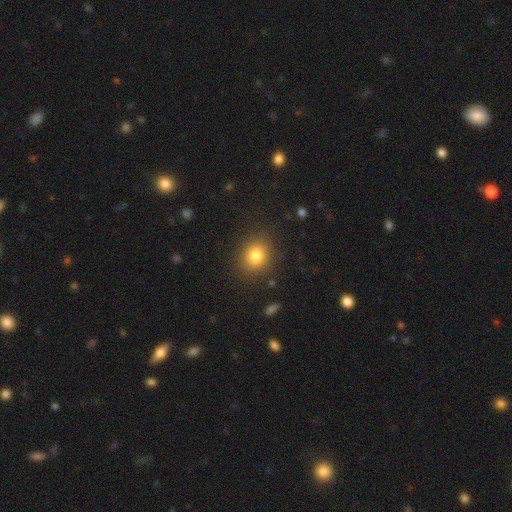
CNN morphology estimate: A smooth galaxy with no disk features (81%) that is round (68%). Merging: none (85%).